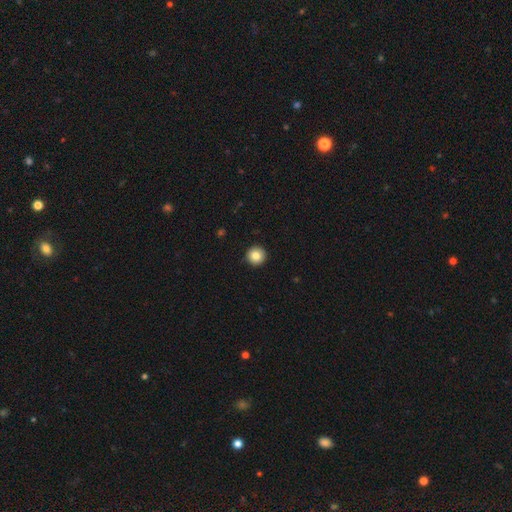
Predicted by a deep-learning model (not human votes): Smooth or featured? smooth (85%)
How rounded? round (96%)
Merging? none (93%)